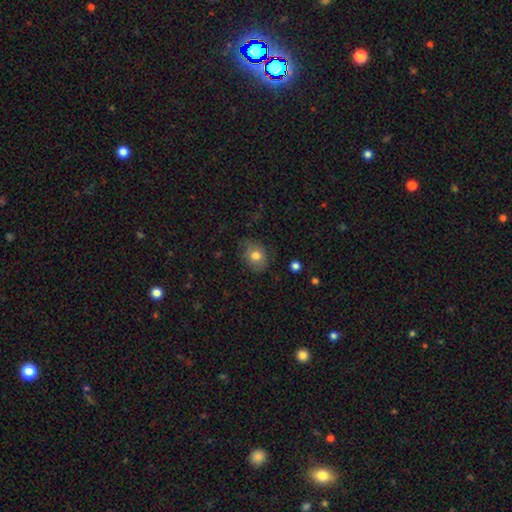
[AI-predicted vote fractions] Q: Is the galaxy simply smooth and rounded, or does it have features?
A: smooth — 76%.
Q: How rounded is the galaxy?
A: round — 51%.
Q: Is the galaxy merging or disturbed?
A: none — 72%.